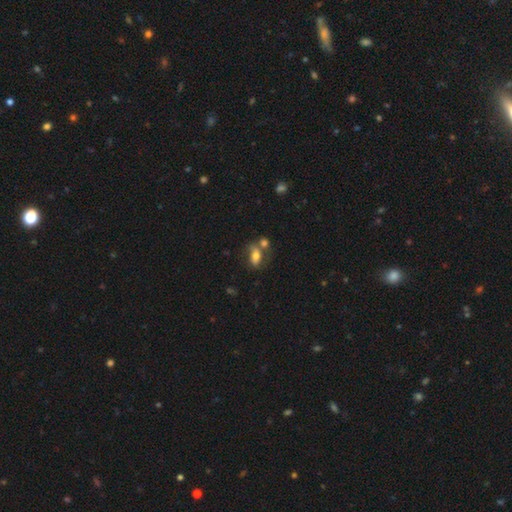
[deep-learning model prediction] A smooth galaxy with no disk features (54%) that is in between round and cigar-shaped (82%). Merging: none (40%).